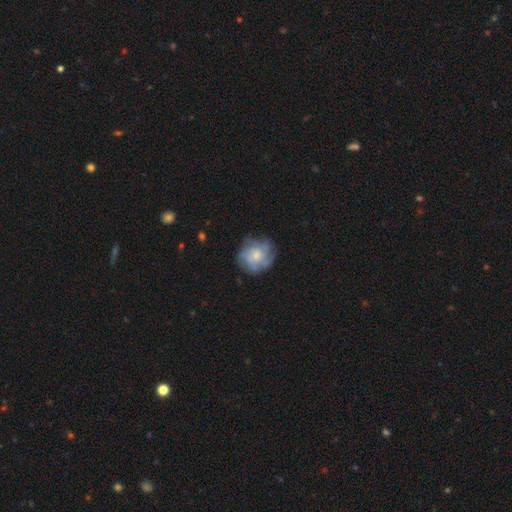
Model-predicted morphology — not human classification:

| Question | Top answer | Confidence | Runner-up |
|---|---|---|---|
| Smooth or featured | smooth | 47% | featured or disk (45%) |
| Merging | none | 68% | minor disturbance (21%) |